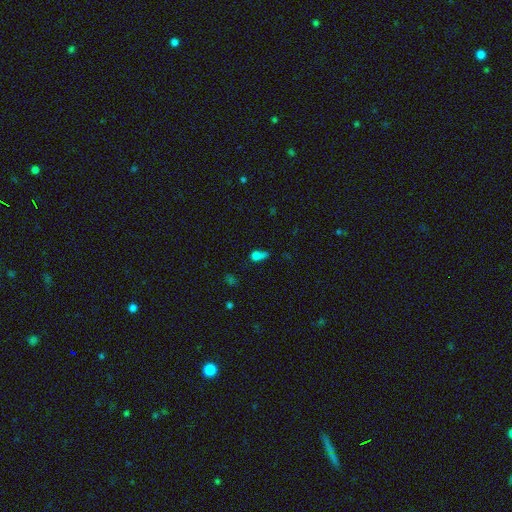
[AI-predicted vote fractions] Smooth or featured? Predicted: smooth (p=0.68). How rounded? Predicted: in between (p=0.54). Merging? Predicted: none (p=0.30).